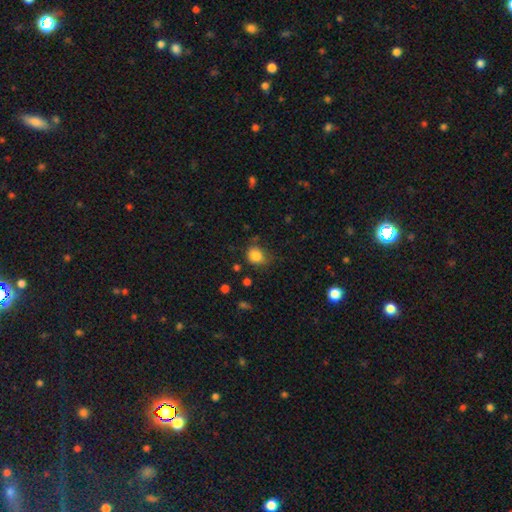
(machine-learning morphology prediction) Smooth or featured? Predicted: smooth (p=0.84). How rounded? Predicted: round (p=0.68). Merging? Predicted: none (p=0.62).